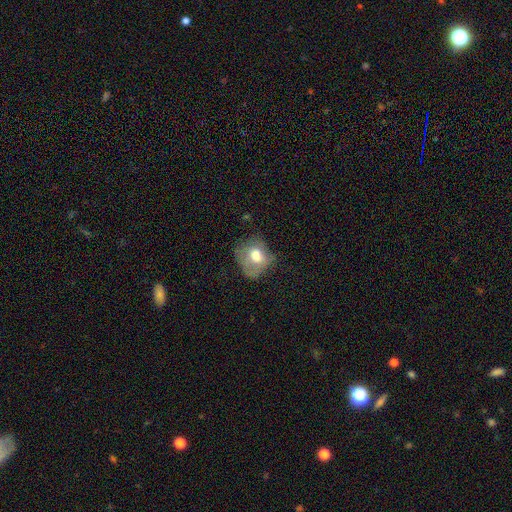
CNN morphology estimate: smooth 64%, featured or disk 27%, star or artifact 9%. Down the decision tree: how rounded — round (55%); merging — none (37%).